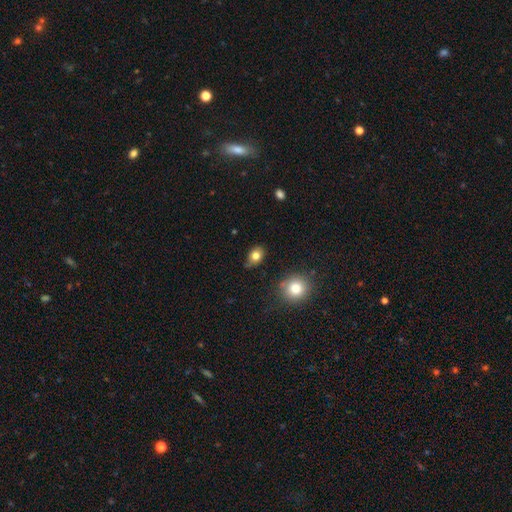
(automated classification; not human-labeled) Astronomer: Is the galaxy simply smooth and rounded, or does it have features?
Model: smooth — 80%.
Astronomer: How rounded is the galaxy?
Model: in between — 68%.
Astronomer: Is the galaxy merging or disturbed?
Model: none — 75%.